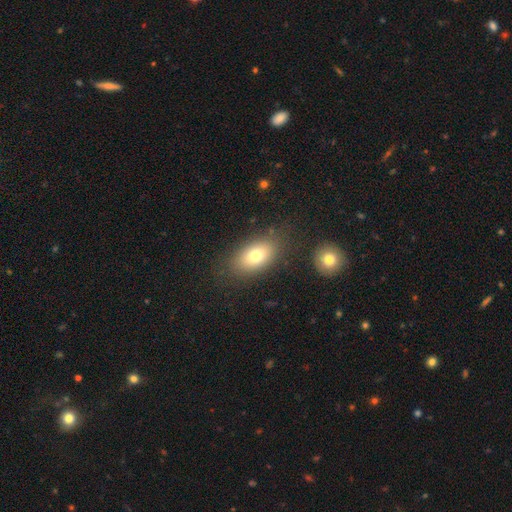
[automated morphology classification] Smooth or featured? Predicted: smooth (p=0.75). How rounded? Predicted: in between (p=0.86). Merging? Predicted: none (p=0.79).